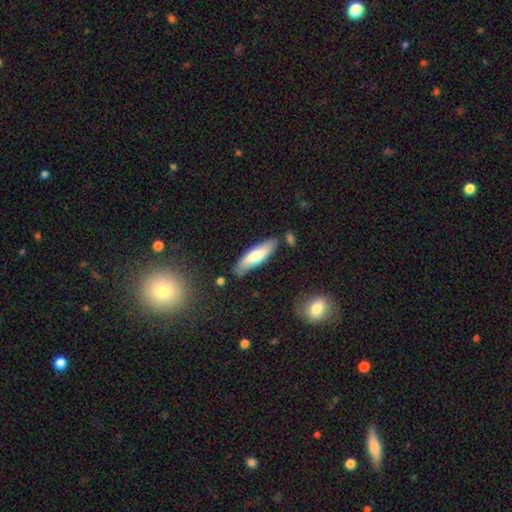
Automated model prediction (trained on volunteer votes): Smooth or featured? Predicted: smooth (p=0.69). How rounded? Predicted: cigar-shaped (p=0.58). Merging? Predicted: none (p=0.80).